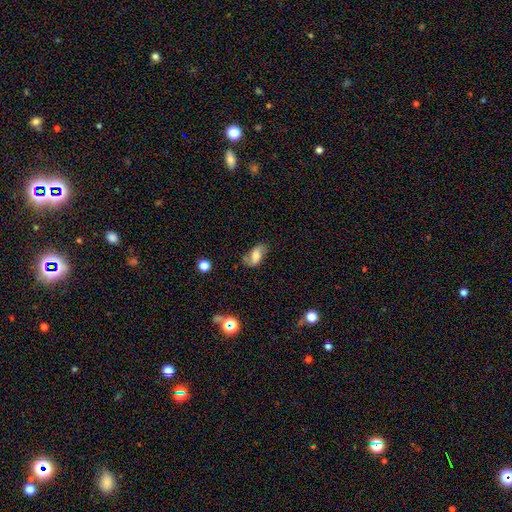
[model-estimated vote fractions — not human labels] smooth-or-featured: smooth: 51% | featured or disk: 38% | star or artifact: 10%
  how-rounded: in between: 88% | round: 8% | cigar-shaped: 4%
  merging: none: 58% | minor disturbance: 26% | major disturbance: 10% | merger: 5%